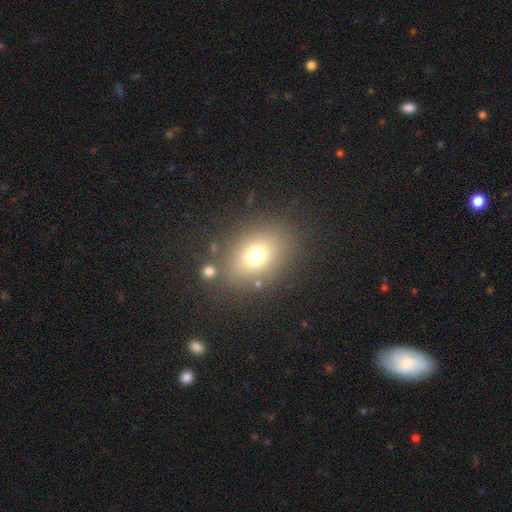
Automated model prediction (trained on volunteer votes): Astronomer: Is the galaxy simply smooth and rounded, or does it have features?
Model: smooth — 72%.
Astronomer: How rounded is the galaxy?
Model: in between — 65%.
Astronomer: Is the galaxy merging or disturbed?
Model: none — 79%.